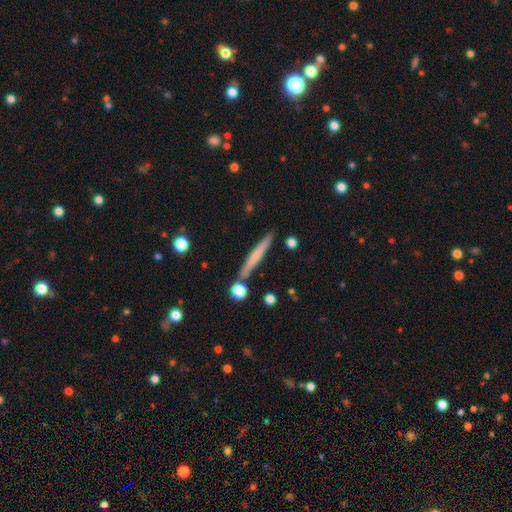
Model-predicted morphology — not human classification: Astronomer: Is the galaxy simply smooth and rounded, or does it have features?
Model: smooth — 55% (runner-up: featured or disk, 38%).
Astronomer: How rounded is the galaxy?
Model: cigar-shaped — 96%.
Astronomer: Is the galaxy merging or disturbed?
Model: none — 85%.